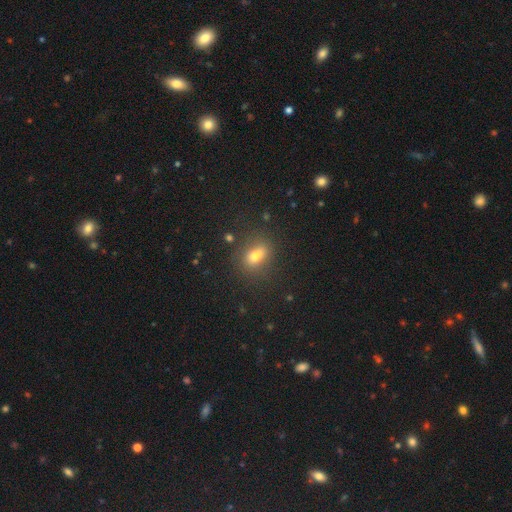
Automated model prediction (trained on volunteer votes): The model was most divided on "how rounded": in between: 66%, round: 30%, cigar-shaped: 5%. More confident: merging — none (81%); smooth or featured — smooth (73%).